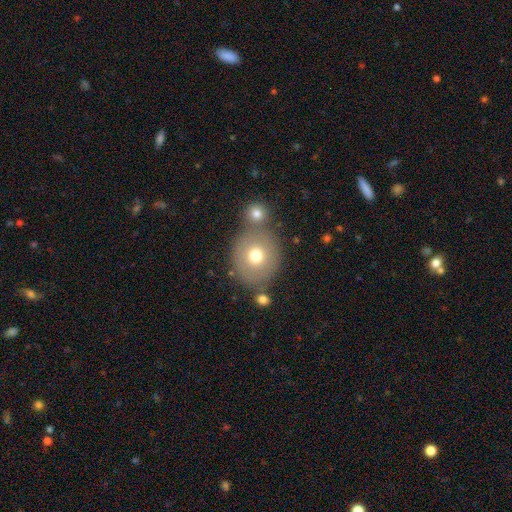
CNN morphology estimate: The model was most divided on "merging": none: 63%, merger: 21%, minor disturbance: 12%, major disturbance: 5%. More confident: how rounded — round (82%); smooth or featured — smooth (70%).